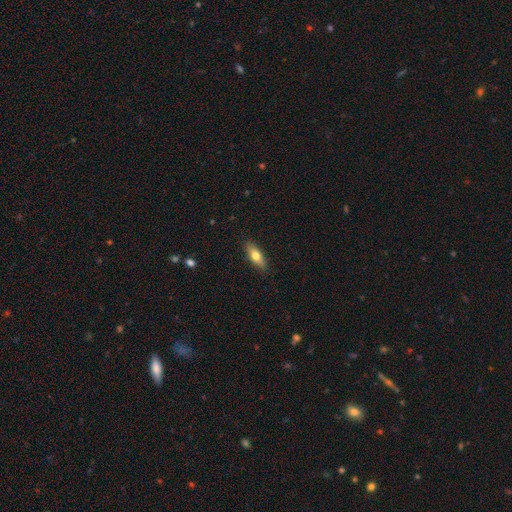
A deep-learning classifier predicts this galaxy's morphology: A smooth galaxy with no disk features (69%) that is in between round and cigar-shaped (61%). Merging: none (89%).